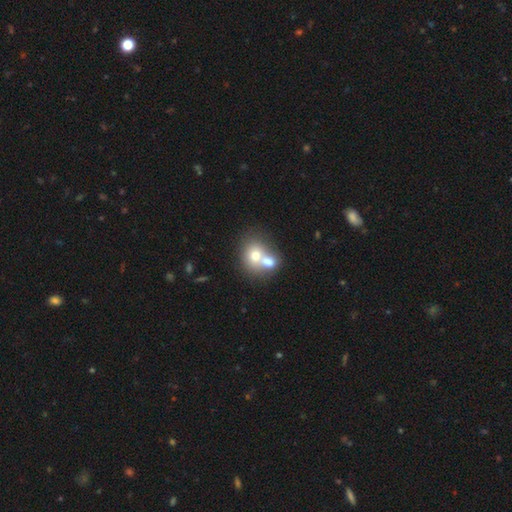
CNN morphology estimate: Smooth or featured? smooth (67%)
How rounded? round (59%)
Merging? merger (68%)